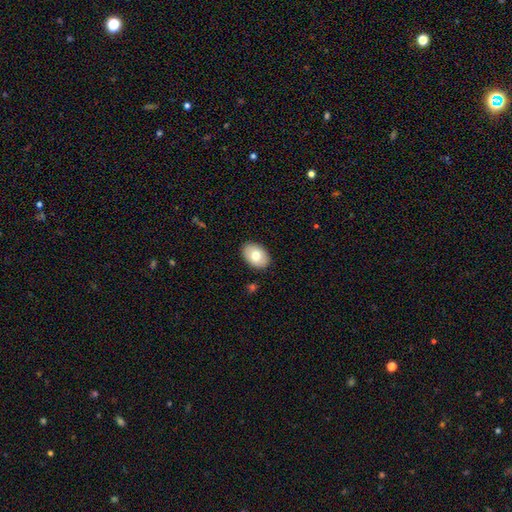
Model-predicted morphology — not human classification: Overall: smooth (74%). How rounded: in between (85%). Merging: none (88%).